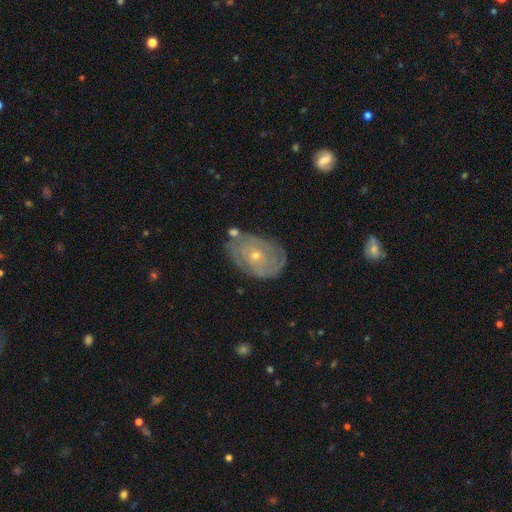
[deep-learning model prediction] The model was most divided on "spiral arm count": can't tell: 48%, 2: 23%, 3: 13%, 4: 7%, 1: 5%, more than 4: 5%. More confident: edge-on disk — no (96%); spiral arms — yes (84%); bar — no (81%); spiral winding — tight (77%); smooth or featured — featured or disk (76%); merging — none (71%); bulge size — small (65%).